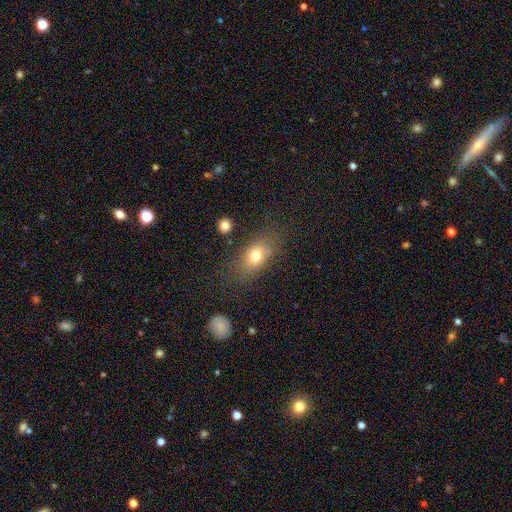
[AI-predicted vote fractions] Smooth or featured: smooth — 74% (featured or disk — 15%)
How rounded: in between — 76% (round — 18%)
Merging: none — 70% (minor disturbance — 17%)